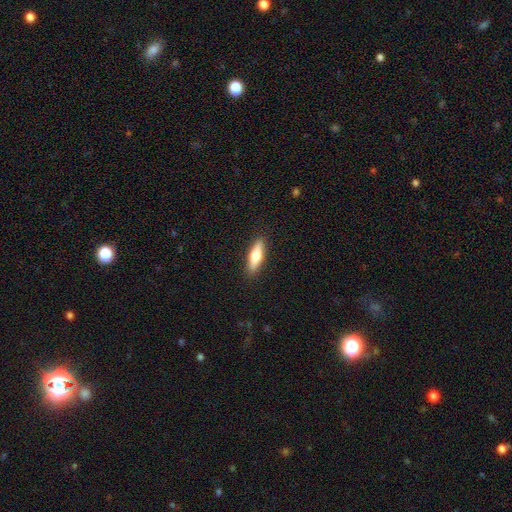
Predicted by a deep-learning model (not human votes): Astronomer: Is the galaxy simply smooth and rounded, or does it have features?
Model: smooth — 63%.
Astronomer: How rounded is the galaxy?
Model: cigar-shaped — 58% (runner-up: in between, 40%).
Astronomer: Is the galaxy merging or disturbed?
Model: none — 89%.